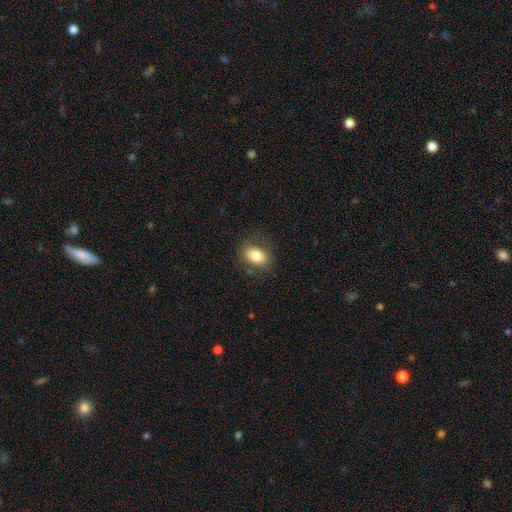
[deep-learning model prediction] The model was most divided on "how rounded": in between: 75%, round: 23%, cigar-shaped: 2%. More confident: smooth or featured — smooth (80%); merging — none (79%).